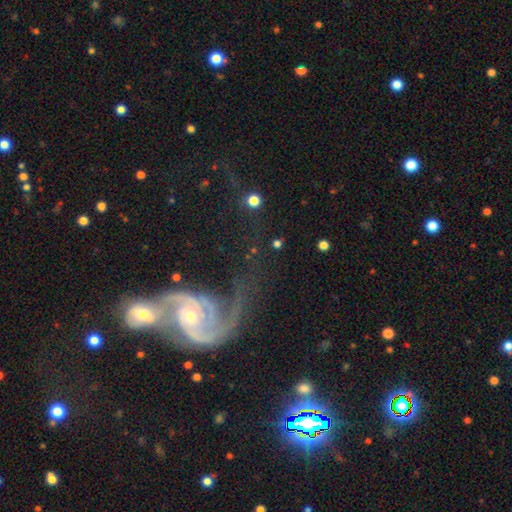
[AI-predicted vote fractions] The model was most divided on "spiral winding": loose: 41%, medium: 37%, tight: 21%. Remaining: edge-on disk — no (96%); spiral arms — yes (89%); smooth or featured — featured or disk (78%); bar — no (57%); spiral arm count — 2 (56%); merging — merger (52%); bulge size — small (49%).